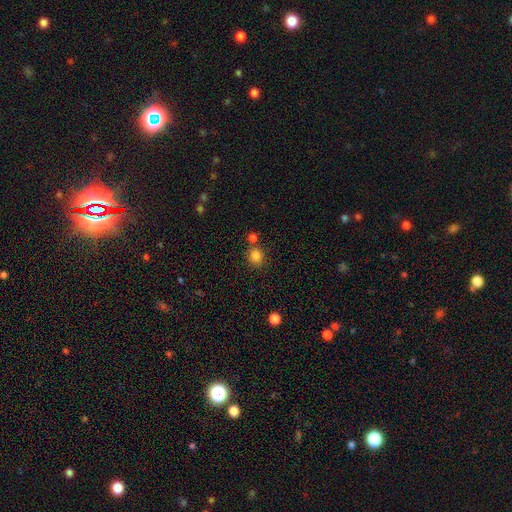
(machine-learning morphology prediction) Overall: smooth (84%). How rounded: round (79%). Merging: none (71%).